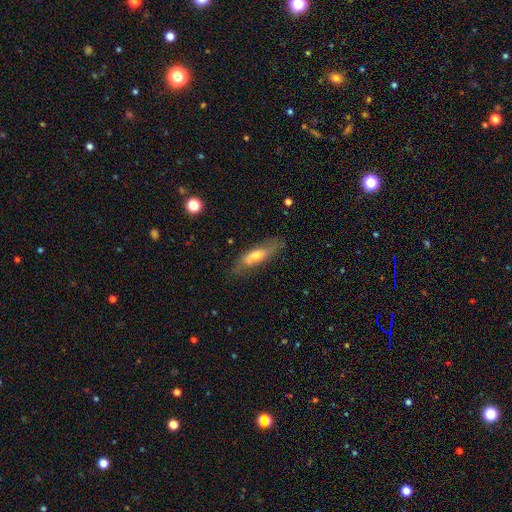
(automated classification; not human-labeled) This is possibly a smooth galaxy (52%). How rounded: possibly cigar-shaped (57%). Merging: likely none (72%).